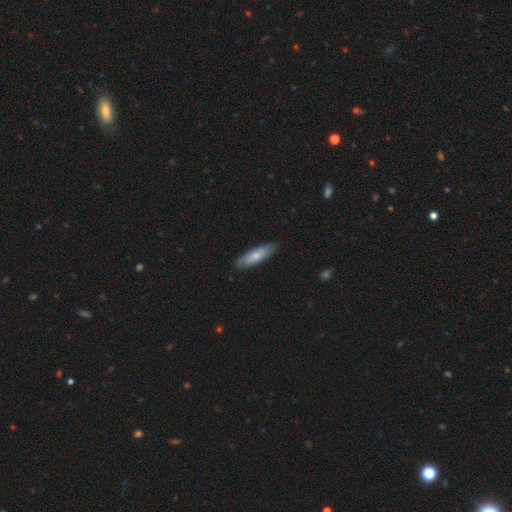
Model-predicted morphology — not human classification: type=smooth (62%); roundness=cigar-shaped (52%); merging=none (85%).